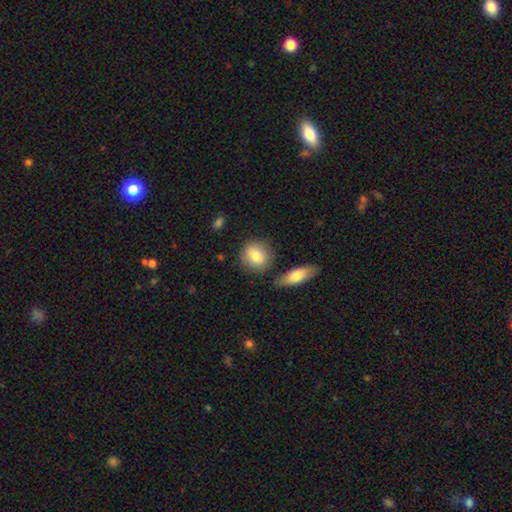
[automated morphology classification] A smooth galaxy with no disk features (80%) that is round (73%).

Vote fractions:
- Smooth or featured? smooth: 80% / featured or disk: 13% / star or artifact: 7%
- How rounded? round: 73% / in between: 24% / cigar-shaped: 3%
- Merging? none: 77% / minor disturbance: 11% / merger: 9% / major disturbance: 3%